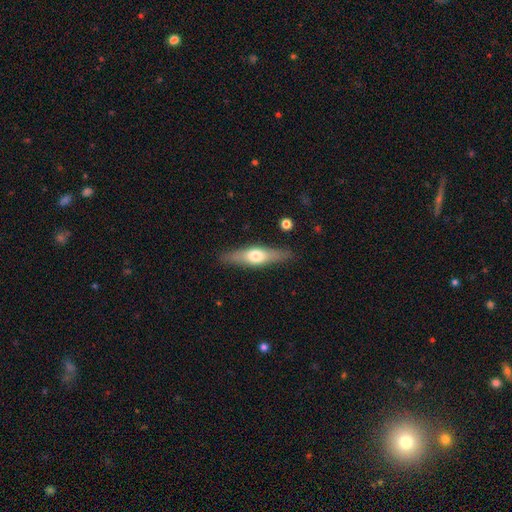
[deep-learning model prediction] This appears to be a featured or disk galaxy (52%) viewed edge-on (89%). Merging: none (86%).